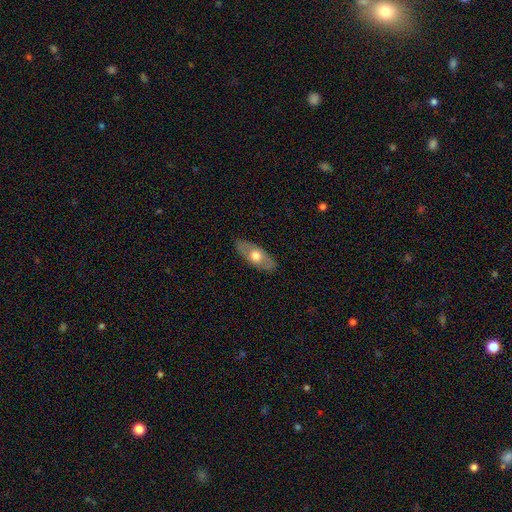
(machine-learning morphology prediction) smooth 52%, featured or disk 42%, star or artifact 5%. Down the decision tree: how rounded — in between (80%); merging — none (86%).